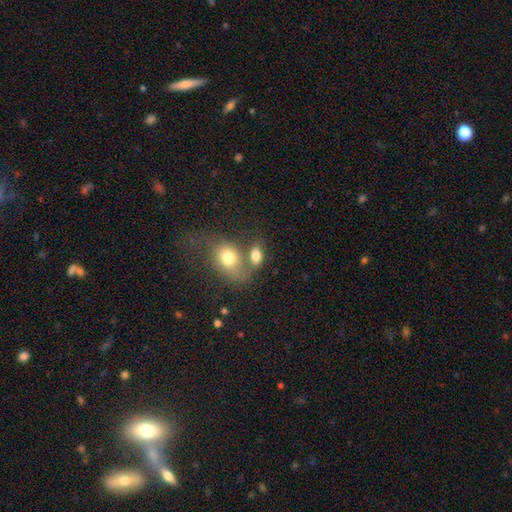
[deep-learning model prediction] Smooth or featured? Predicted: smooth (p=0.77). How rounded? Predicted: in between (p=0.79). Merging? Predicted: merger (p=0.46).